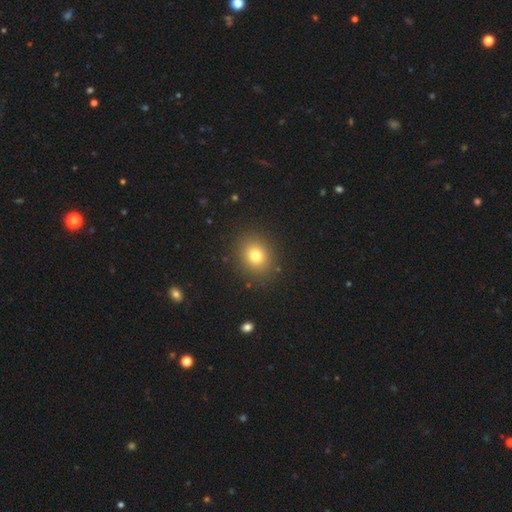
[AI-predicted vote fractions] Smooth or featured? smooth (77%)
How rounded? round (68%)
Merging? none (89%)